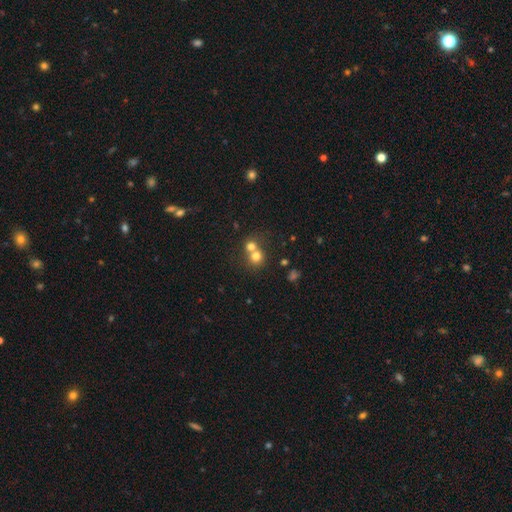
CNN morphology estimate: This appears to be a smooth galaxy with no disk features (73%) that is round (83%). Merging: merger (58%).